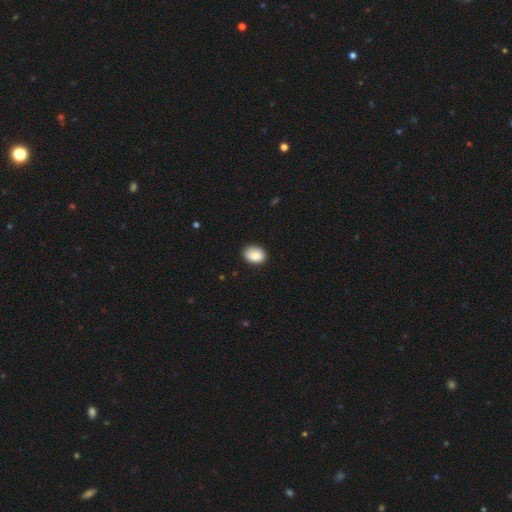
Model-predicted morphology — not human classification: Q: Smooth or featured?
A: smooth (88%); runner-up: star or artifact (7%)
Q: How rounded?
A: in between (64%); runner-up: round (35%)
Q: Merging?
A: none (83%); runner-up: minor disturbance (14%)